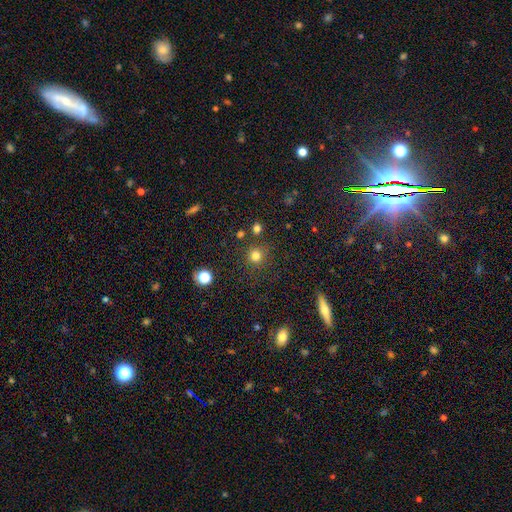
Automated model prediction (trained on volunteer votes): Q: Smooth or featured?
A: smooth (78%); runner-up: star or artifact (17%)
Q: How rounded?
A: round (92%); runner-up: in between (7%)
Q: Merging?
A: none (82%); runner-up: minor disturbance (9%)